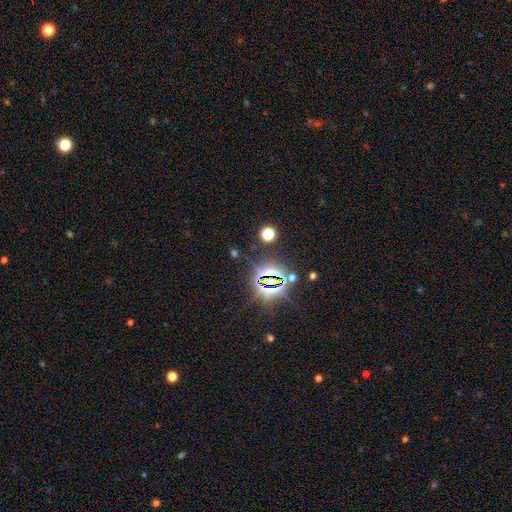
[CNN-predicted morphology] Smooth or featured? star or artifact (82%)